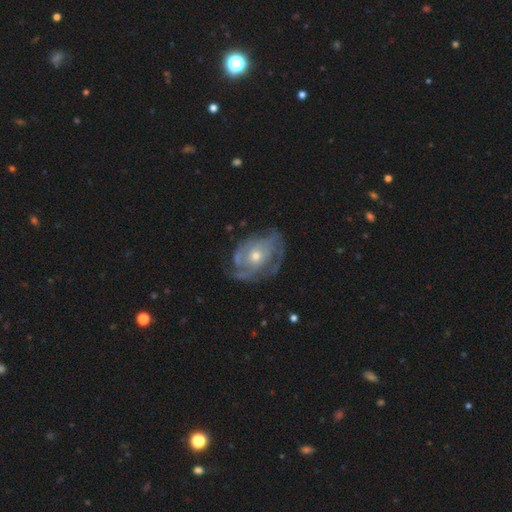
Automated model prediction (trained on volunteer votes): Morphology: type=featured or disk (81%); edge-on=no (96%); bar=no (81%); spiral arms=yes (85%); winding=tight (56%); arm count=can't tell (39%); bulge=moderate (53%); merging=none (63%).